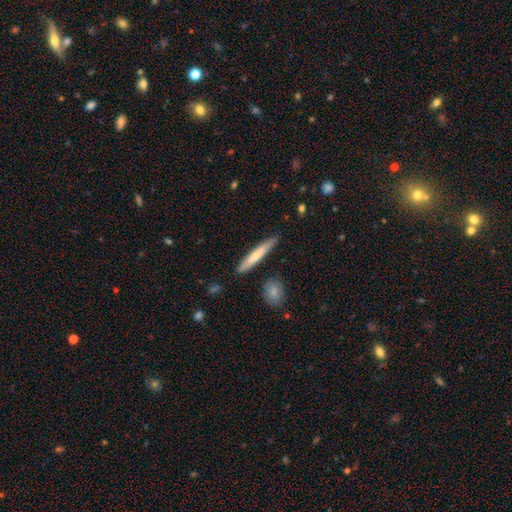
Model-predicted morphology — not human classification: smooth_or_featured: smooth (p=0.63) [alt: featured or disk p=0.31]
how_rounded: cigar-shaped (p=0.92) [alt: in between p=0.07]
merging: none (p=0.86) [alt: minor disturbance p=0.09]